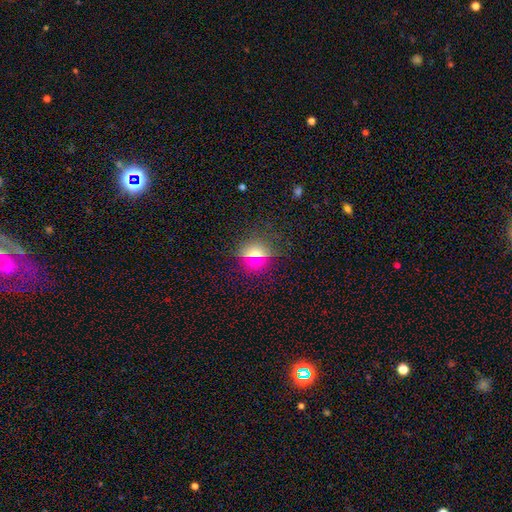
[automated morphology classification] Smooth or featured?
  - smooth: 48% *
  - star or artifact: 30%
  - featured or disk: 23%
Merging?
  - none: 83% *
  - minor disturbance: 10%
  - major disturbance: 4%
  - merger: 3%